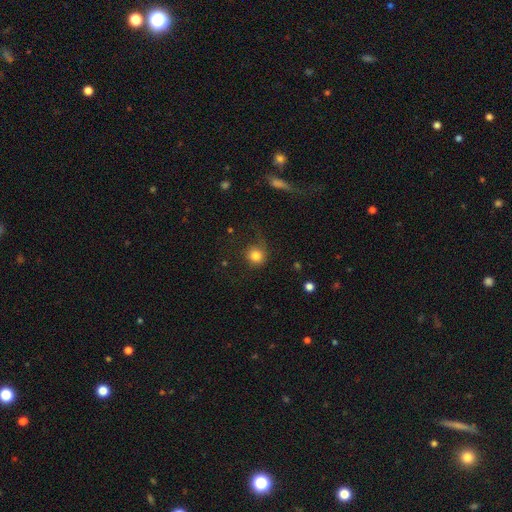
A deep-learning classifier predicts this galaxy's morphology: The model was most divided on "merging": none: 63%, minor disturbance: 19%, major disturbance: 16%, merger: 2%. More confident: how rounded — round (90%); smooth or featured — smooth (81%).